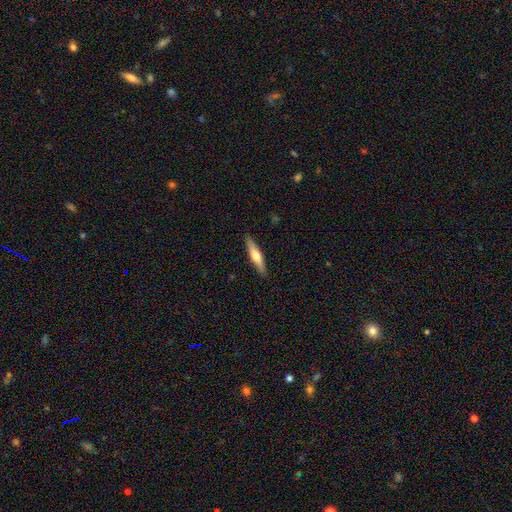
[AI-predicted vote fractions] Smooth or featured?
  - smooth: 50% *
  - featured or disk: 45%
  - star or artifact: 5%
Merging?
  - none: 90% *
  - minor disturbance: 7%
  - major disturbance: 1%
  - merger: 1%